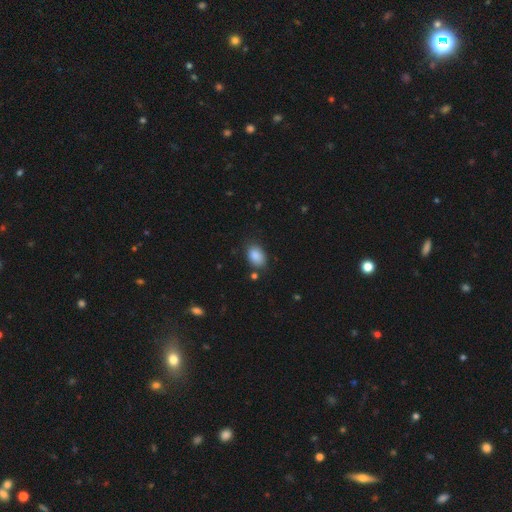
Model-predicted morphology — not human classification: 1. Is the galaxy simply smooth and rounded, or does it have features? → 88% smooth, 8% star or artifact, 4% featured or disk.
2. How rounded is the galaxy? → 84% in between, 15% round, 1% cigar-shaped.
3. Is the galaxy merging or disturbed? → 79% none, 14% minor disturbance, 4% major disturbance, 3% merger.